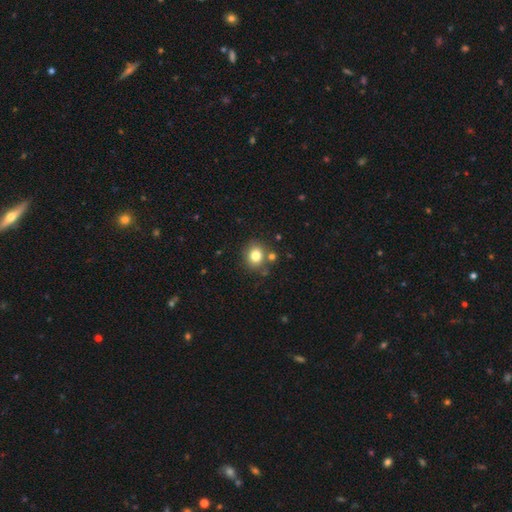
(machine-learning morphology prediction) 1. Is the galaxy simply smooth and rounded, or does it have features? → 80% smooth, 12% star or artifact, 8% featured or disk.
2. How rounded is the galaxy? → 77% round, 22% in between, 1% cigar-shaped.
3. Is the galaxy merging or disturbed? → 77% none, 11% minor disturbance, 9% merger, 3% major disturbance.